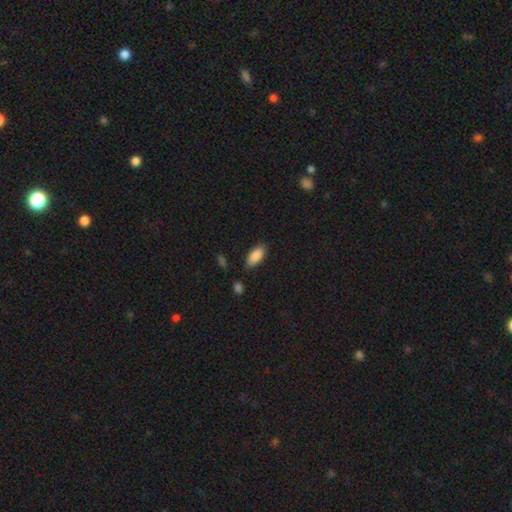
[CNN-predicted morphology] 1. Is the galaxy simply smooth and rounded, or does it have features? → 89% smooth, 6% star or artifact, 5% featured or disk.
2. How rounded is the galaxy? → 88% in between, 10% cigar-shaped, 2% round.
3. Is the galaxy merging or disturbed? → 83% none, 12% minor disturbance, 3% major disturbance, 3% merger.